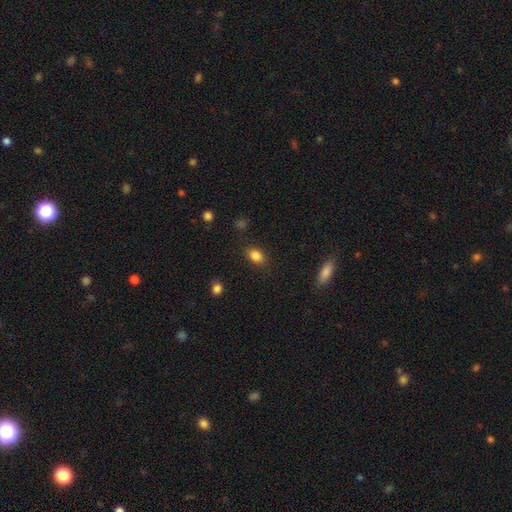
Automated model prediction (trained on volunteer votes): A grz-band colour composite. It shows a smooth galaxy with no disk features (85%) that is in between round and cigar-shaped (72%). Merging: none (84%).